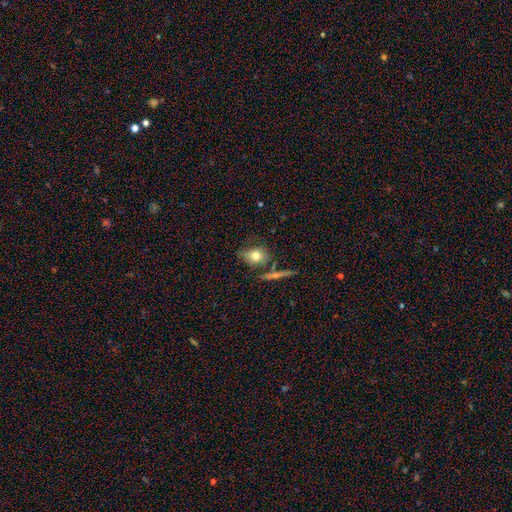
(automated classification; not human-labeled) The model was most divided on "how rounded" (2-way tie): round: 48%, in between: 48%, cigar-shaped: 4%. More confident: smooth or featured — smooth (73%); merging — none (63%).